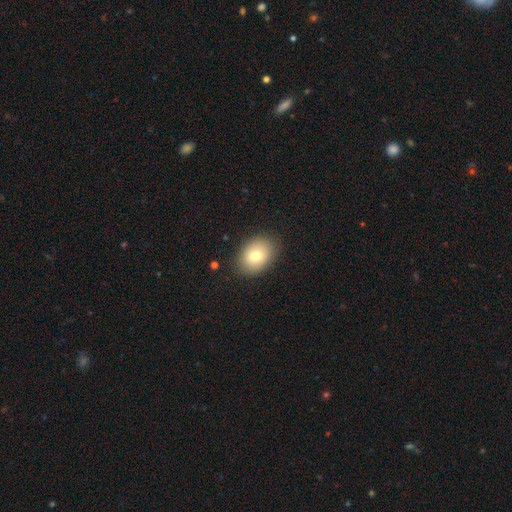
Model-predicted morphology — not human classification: smooth-or-featured: smooth: 78% | featured or disk: 14% | star or artifact: 9%
  how-rounded: in between: 69% | round: 30% | cigar-shaped: 1%
  merging: none: 87% | minor disturbance: 10% | major disturbance: 3% | merger: 1%